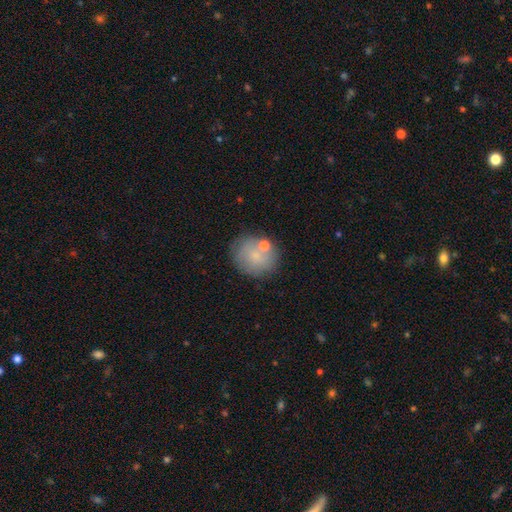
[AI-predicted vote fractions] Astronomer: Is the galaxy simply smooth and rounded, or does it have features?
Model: smooth — 68%.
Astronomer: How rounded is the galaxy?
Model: round — 81%.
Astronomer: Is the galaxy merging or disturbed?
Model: none — 69%.